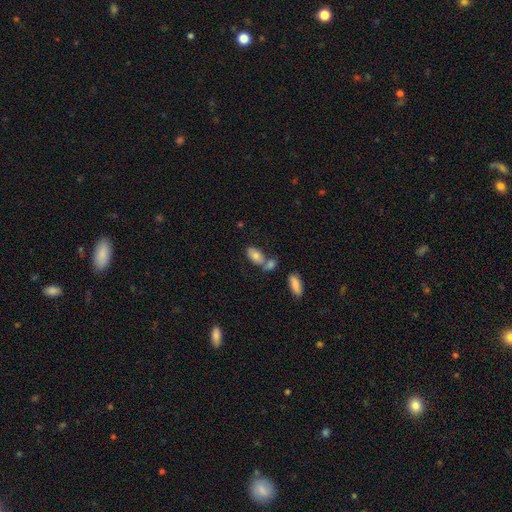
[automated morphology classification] Smooth or featured?
  - smooth: 75% *
  - featured or disk: 18%
  - star or artifact: 8%
How rounded?
  - in between: 92% *
  - round: 5%
  - cigar-shaped: 3%
Merging?
  - none: 46% *
  - merger: 35%
  - minor disturbance: 14%
  - major disturbance: 5%